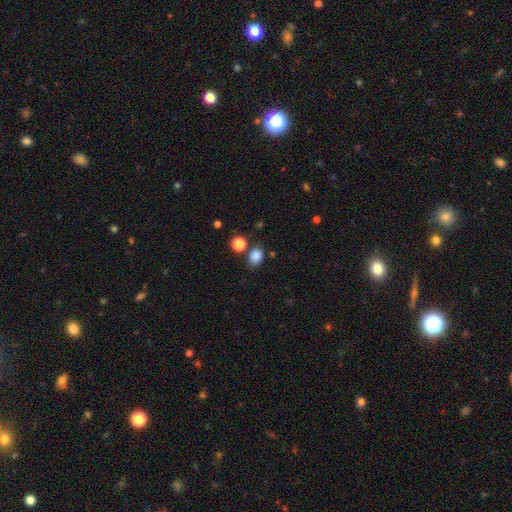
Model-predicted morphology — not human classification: smooth-or-featured: smooth: 85% | star or artifact: 12% | featured or disk: 4%
  how-rounded: in between: 55% | round: 44% | cigar-shaped: 1%
  merging: none: 77% | minor disturbance: 11% | merger: 8% | major disturbance: 4%